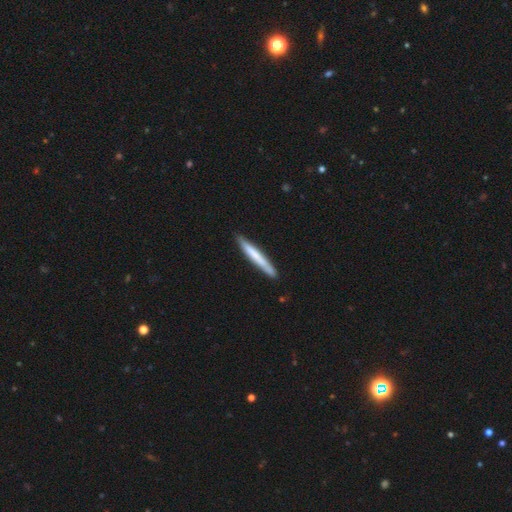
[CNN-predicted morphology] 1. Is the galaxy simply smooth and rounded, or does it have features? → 63% smooth, 32% featured or disk, 5% star or artifact.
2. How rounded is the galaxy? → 96% cigar-shaped, 3% in between, 1% round.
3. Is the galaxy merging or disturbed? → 86% none, 11% minor disturbance, 2% major disturbance, 2% merger.